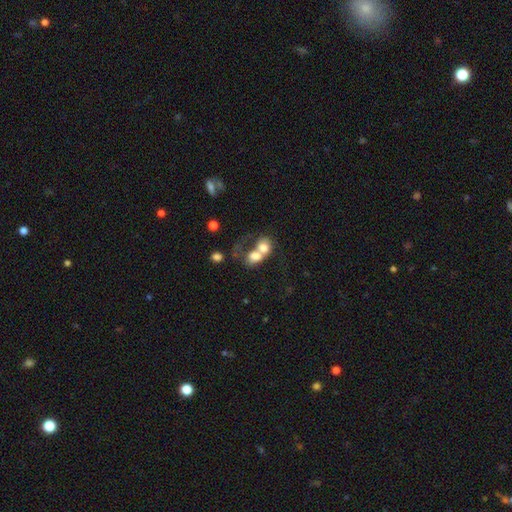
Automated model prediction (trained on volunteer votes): This is likely a smooth galaxy (69%). How rounded: possibly in between (49%, tied with round). Merging: likely merger (74%).